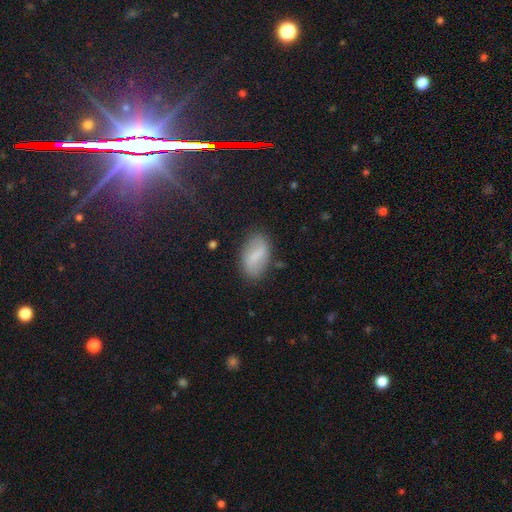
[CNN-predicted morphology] type=smooth (61%); roundness=in between (91%); merging=none (80%).